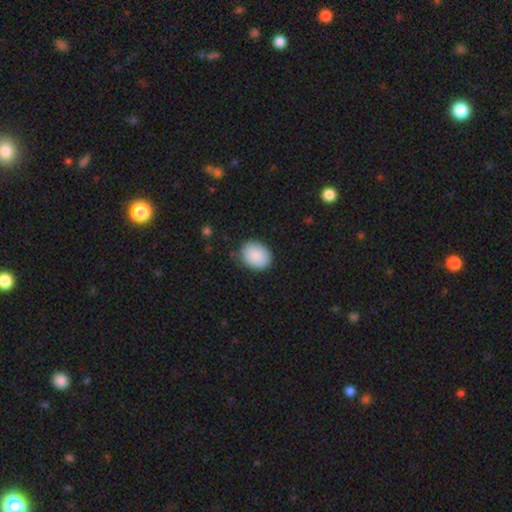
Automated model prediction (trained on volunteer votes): Smooth or featured?
  - smooth: 89% *
  - star or artifact: 7%
  - featured or disk: 4%
How rounded?
  - round: 50% *
  - in between: 49%
  - cigar-shaped: 1%
Merging?
  - none: 85% *
  - minor disturbance: 12%
  - major disturbance: 3%
  - merger: 1%